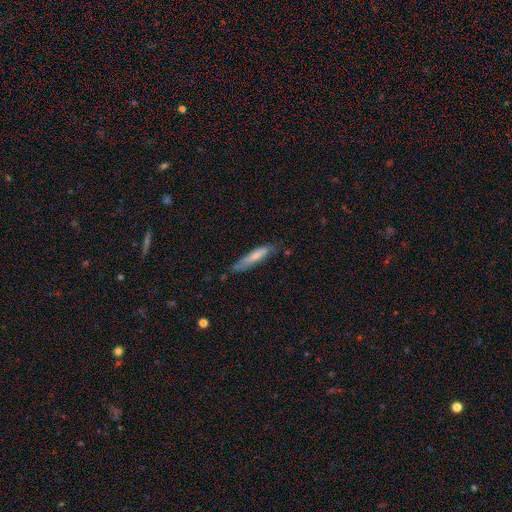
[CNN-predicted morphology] This appears to be a smooth galaxy with no disk features (70%) that is cigar-shaped (86%). Merging: none (65%).